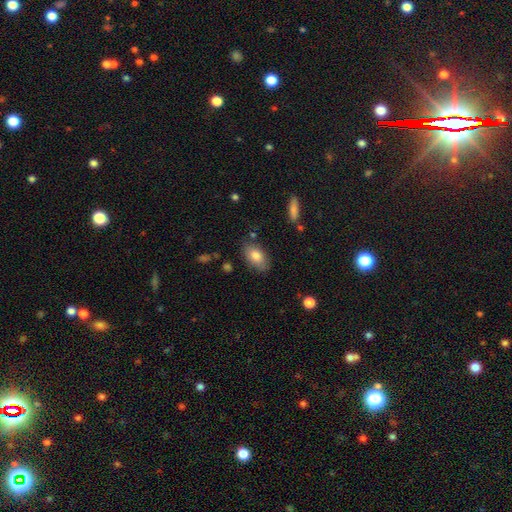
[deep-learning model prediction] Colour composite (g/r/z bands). It shows a smooth galaxy with no disk features (79%) that is in between round and cigar-shaped (92%). Merging: none (78%).